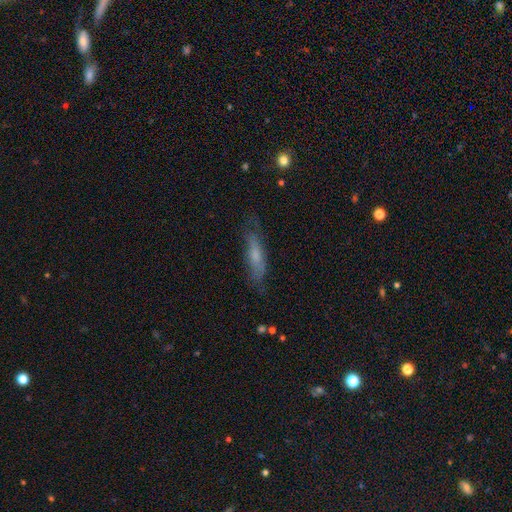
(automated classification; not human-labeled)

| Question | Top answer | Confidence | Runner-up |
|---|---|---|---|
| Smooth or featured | smooth | 54% | featured or disk (38%) |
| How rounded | cigar-shaped | 72% | in between (26%) |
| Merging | none | 68% | minor disturbance (23%) |